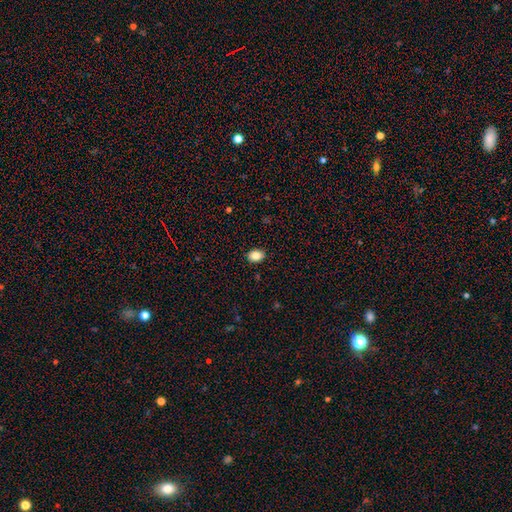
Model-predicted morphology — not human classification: Smooth or featured: smooth — 84% (star or artifact — 9%)
How rounded: in between — 63% (round — 36%)
Merging: none — 89% (minor disturbance — 8%)